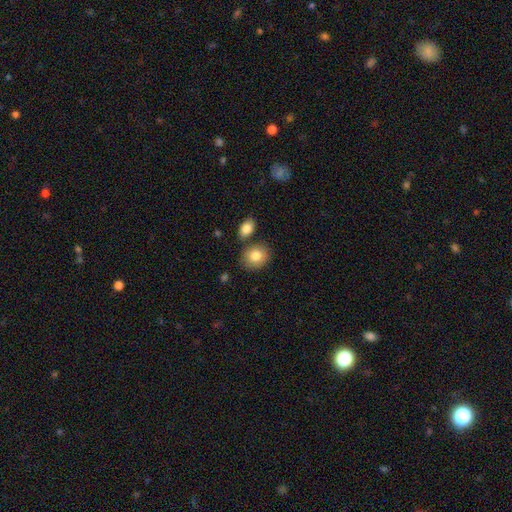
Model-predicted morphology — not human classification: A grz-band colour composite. It shows a smooth galaxy with no disk features (83%) that is round (52%). Merging: none (73%).